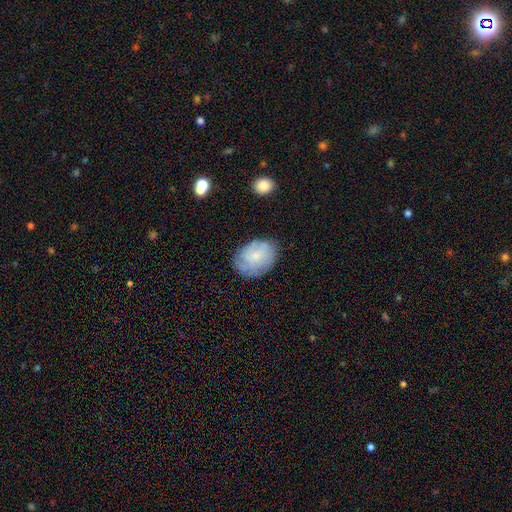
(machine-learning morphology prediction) smooth_or_featured: smooth (p=0.61) [alt: featured or disk p=0.31]
how_rounded: in between (p=0.68) [alt: round p=0.31]
merging: none (p=0.73) [alt: minor disturbance p=0.20]